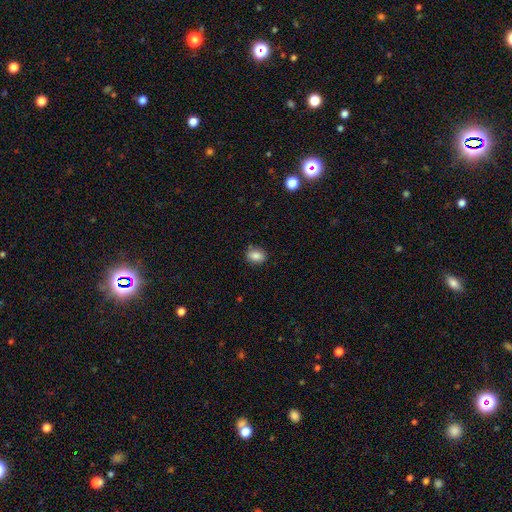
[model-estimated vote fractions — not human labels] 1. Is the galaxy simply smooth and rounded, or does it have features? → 85% smooth, 9% star or artifact, 6% featured or disk.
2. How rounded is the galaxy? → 58% in between, 41% round, 1% cigar-shaped.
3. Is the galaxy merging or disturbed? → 86% none, 11% minor disturbance, 2% major disturbance, 1% merger.